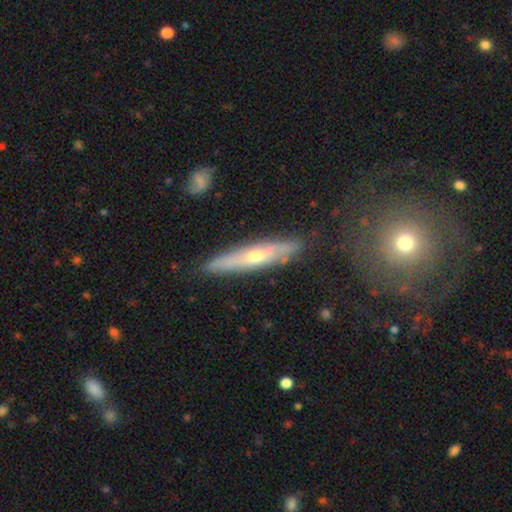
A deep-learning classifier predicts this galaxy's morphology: type=featured or disk (65%); edge-on=yes (76%); merging=none (83%).